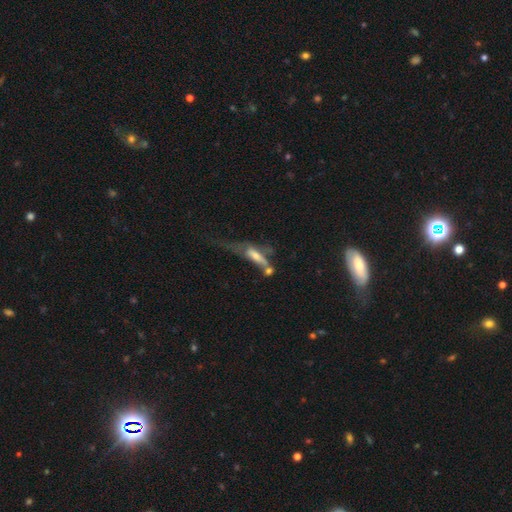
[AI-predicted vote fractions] smooth_or_featured: smooth (p=0.45) [alt: featured or disk p=0.44]
merging: major disturbance (p=0.36) [alt: merger p=0.30]